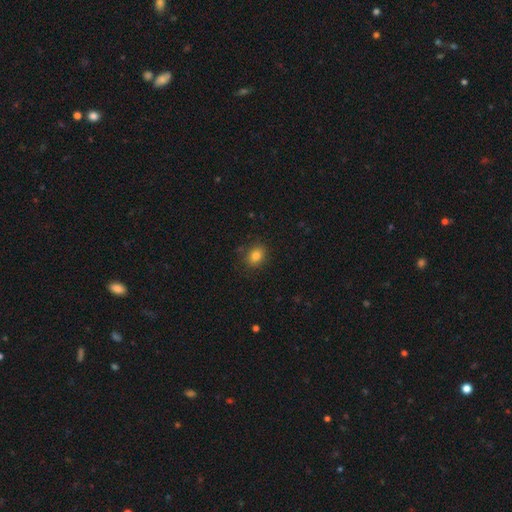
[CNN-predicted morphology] Smooth or featured?
  - smooth: 82% *
  - star or artifact: 11%
  - featured or disk: 6%
How rounded?
  - round: 49% * (tied)
  - in between: 49% * (tied)
  - cigar-shaped: 1%
Merging?
  - none: 85% *
  - minor disturbance: 11%
  - major disturbance: 3%
  - merger: 1%